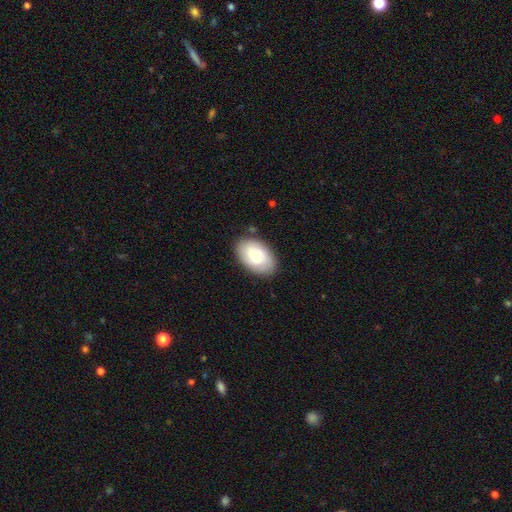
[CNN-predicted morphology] Q: Smooth or featured?
A: smooth (72%); runner-up: featured or disk (21%)
Q: How rounded?
A: in between (92%); runner-up: round (7%)
Q: Merging?
A: none (83%); runner-up: minor disturbance (12%)